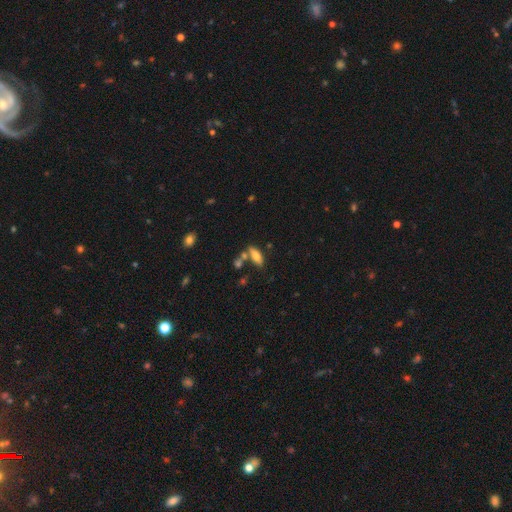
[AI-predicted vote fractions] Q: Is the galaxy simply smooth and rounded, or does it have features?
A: smooth — 73%.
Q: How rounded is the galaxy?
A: in between — 68%.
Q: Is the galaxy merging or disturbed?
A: none — 62%.